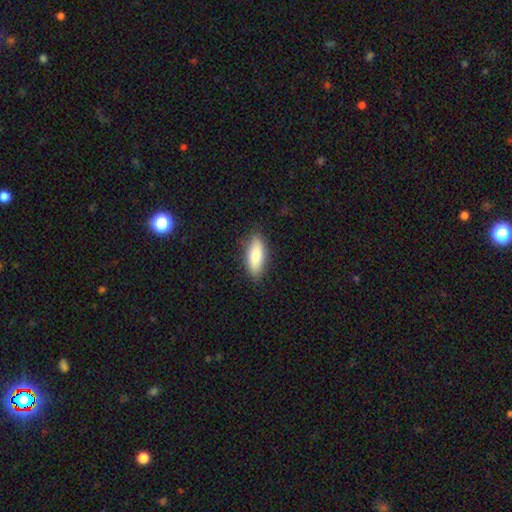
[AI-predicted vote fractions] smooth-or-featured: smooth: 78% | featured or disk: 16% | star or artifact: 6%
  how-rounded: in between: 76% | cigar-shaped: 21% | round: 2%
  merging: none: 85% | minor disturbance: 12% | major disturbance: 2% | merger: 1%